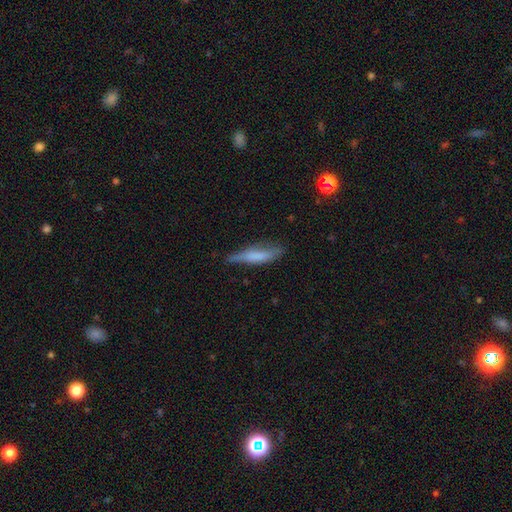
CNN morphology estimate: smooth_or_featured: smooth (p=0.62) [alt: featured or disk p=0.30]
how_rounded: cigar-shaped (p=0.80) [alt: in between p=0.19]
merging: none (p=0.57) [alt: minor disturbance p=0.32]